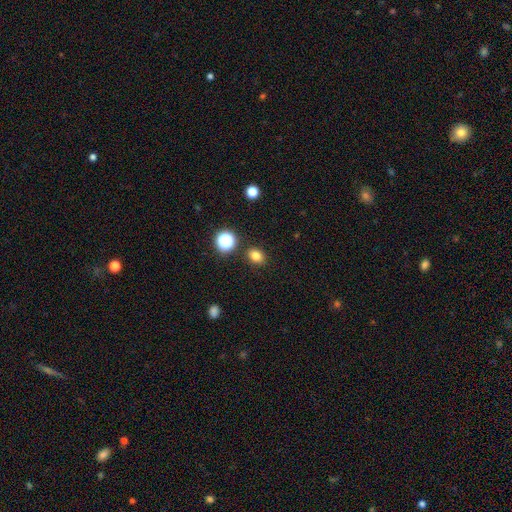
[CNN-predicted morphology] smooth 79%, star or artifact 15%, featured or disk 6%. Down the decision tree: how rounded — in between (50%); merging — none (87%).